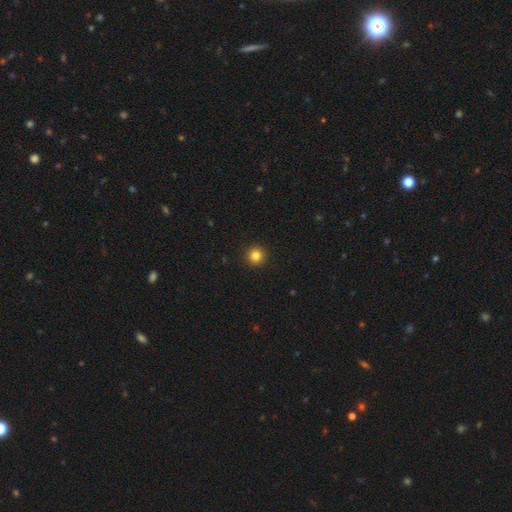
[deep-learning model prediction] This is clearly a smooth galaxy (83%). How rounded: clearly round (96%). Merging: clearly none (93%).